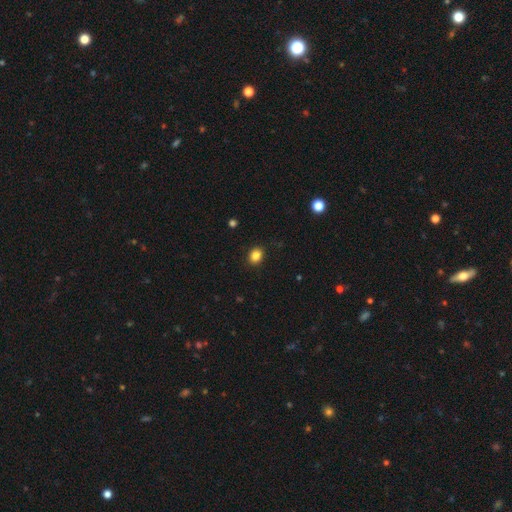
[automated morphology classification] smooth-or-featured: smooth: 85% | star or artifact: 11% | featured or disk: 4%
  how-rounded: round: 51% | in between: 48% | cigar-shaped: 1%
  merging: none: 89% | minor disturbance: 8% | major disturbance: 2% | merger: 1%